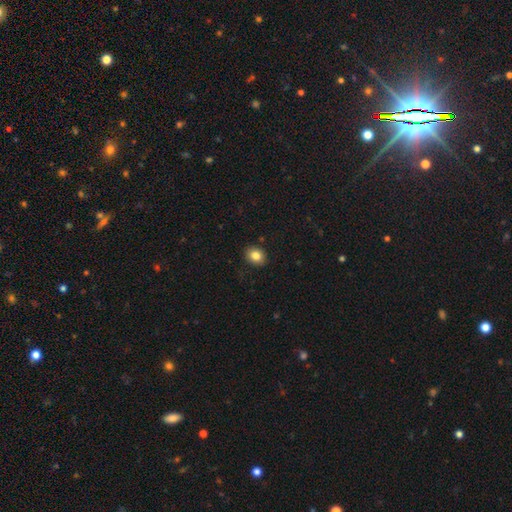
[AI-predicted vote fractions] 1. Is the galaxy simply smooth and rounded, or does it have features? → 84% smooth, 9% star or artifact, 7% featured or disk.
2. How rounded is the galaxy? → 51% in between, 49% round, 1% cigar-shaped.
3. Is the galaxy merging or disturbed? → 90% none, 7% minor disturbance, 2% major disturbance, 1% merger.